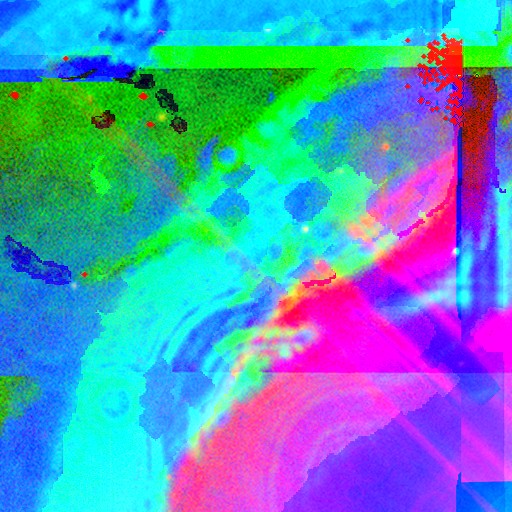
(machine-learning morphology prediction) smooth_or_featured: star or artifact (p=0.86) [alt: featured or disk p=0.08]